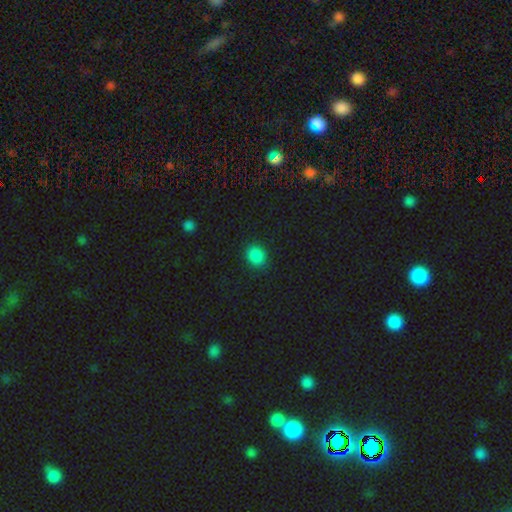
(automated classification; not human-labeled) A smooth galaxy with no disk features (86%) that is round (61%). Merging: none (89%).